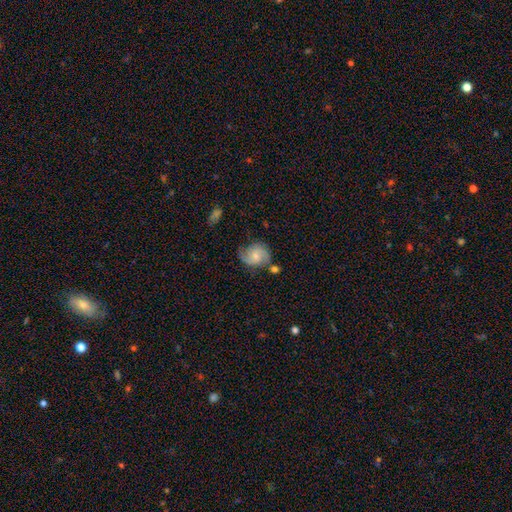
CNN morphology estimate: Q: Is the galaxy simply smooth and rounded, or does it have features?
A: featured or disk — 63%.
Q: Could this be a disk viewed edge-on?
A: no — 98%.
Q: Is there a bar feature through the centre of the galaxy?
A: no — 53%.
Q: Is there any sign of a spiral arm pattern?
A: yes — 93%.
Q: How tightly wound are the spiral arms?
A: medium — 48%.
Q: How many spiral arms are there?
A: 2 — 81%.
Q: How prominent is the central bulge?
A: small — 51%.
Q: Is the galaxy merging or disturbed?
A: none — 60%.